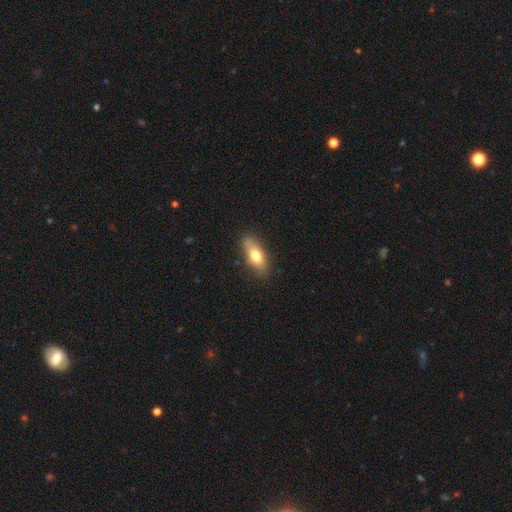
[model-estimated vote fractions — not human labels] Q: Smooth or featured?
A: smooth (69%); runner-up: featured or disk (24%)
Q: How rounded?
A: in between (74%); runner-up: cigar-shaped (22%)
Q: Merging?
A: none (76%); runner-up: minor disturbance (18%)